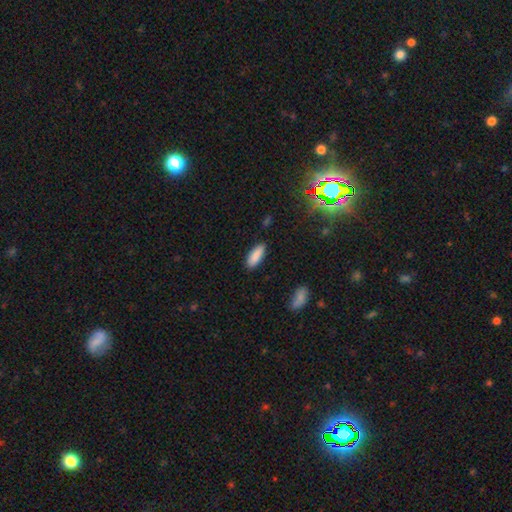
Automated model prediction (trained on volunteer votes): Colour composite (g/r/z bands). It shows a smooth galaxy with no disk features (88%) that is in between round and cigar-shaped (71%). Merging: none (87%).